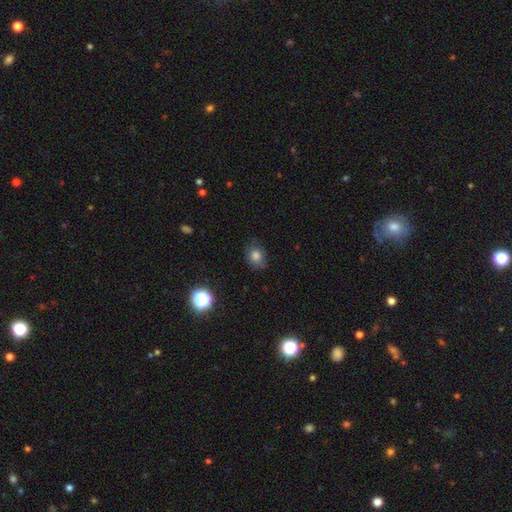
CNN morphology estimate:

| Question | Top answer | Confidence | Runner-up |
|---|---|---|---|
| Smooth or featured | smooth | 80% | star or artifact (13%) |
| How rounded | in between | 51% | round (48%) |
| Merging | none | 76% | minor disturbance (19%) |